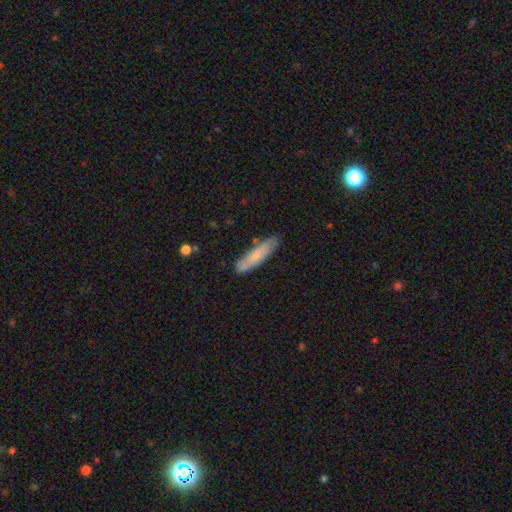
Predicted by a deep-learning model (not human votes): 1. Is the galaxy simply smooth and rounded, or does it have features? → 71% smooth, 23% featured or disk, 6% star or artifact.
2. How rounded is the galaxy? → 76% cigar-shaped, 23% in between, 2% round.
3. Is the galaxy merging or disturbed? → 80% none, 15% minor disturbance, 2% major disturbance, 2% merger.